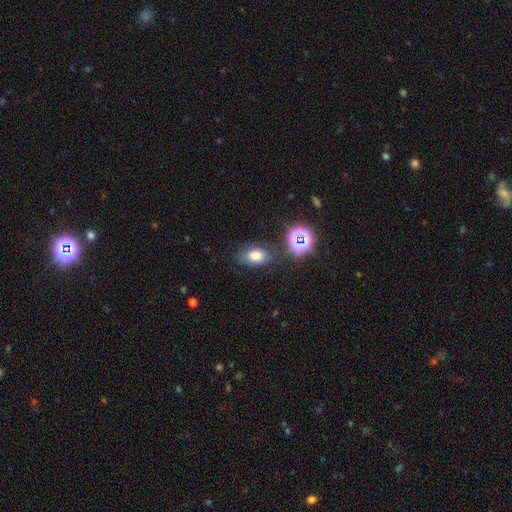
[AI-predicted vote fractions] Overall: smooth (72%). How rounded: in between (82%). Merging: none (75%).